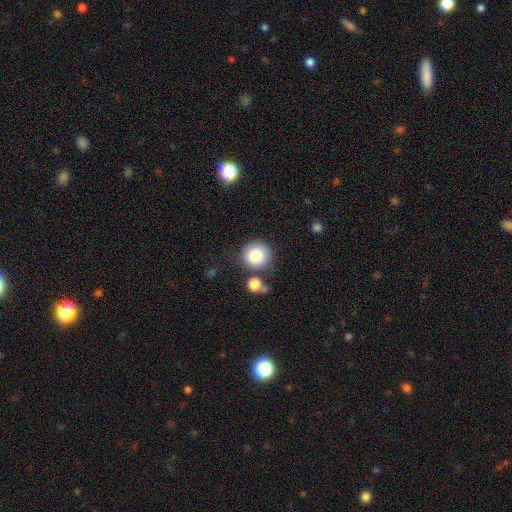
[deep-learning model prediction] This appears to be a smooth galaxy with no disk features (84%) that is round (93%). Merging: none (74%).